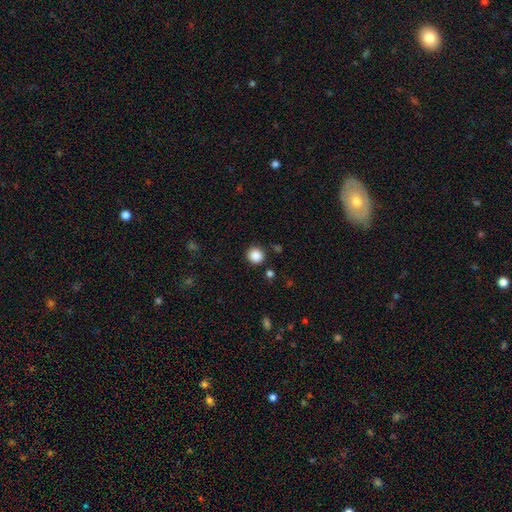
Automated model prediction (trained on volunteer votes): Smooth or featured? smooth (87%)
How rounded? round (91%)
Merging? none (87%)